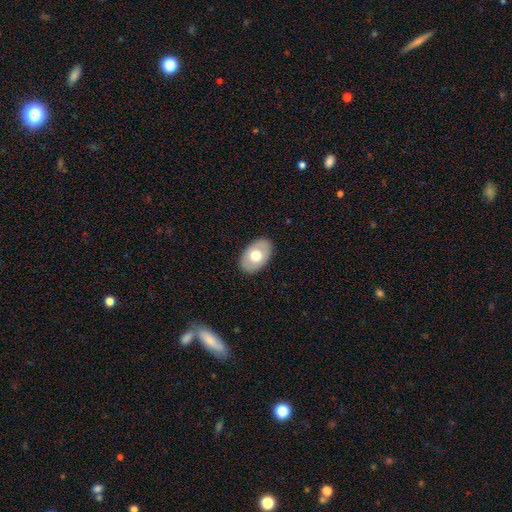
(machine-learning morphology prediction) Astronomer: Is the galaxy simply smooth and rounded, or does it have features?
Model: smooth — 64%.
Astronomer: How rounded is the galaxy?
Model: in between — 89%.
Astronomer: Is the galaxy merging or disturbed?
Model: none — 87%.